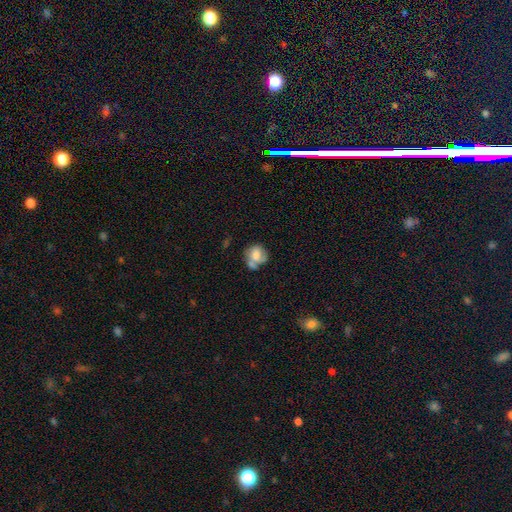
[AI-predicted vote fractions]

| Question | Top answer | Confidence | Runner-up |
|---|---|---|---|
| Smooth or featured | smooth | 59% | featured or disk (33%) |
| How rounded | round | 69% | in between (29%) |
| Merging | none | 39% | merger (24%) |